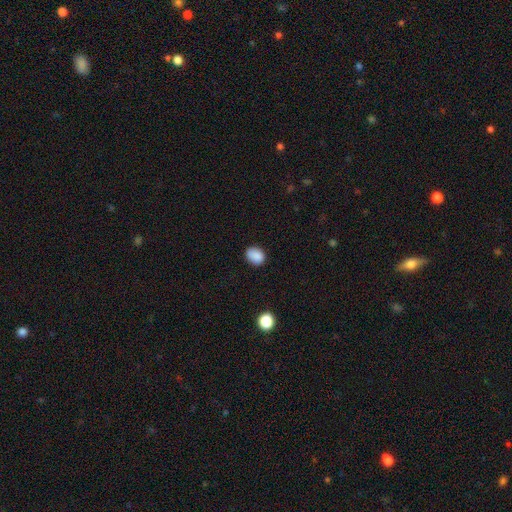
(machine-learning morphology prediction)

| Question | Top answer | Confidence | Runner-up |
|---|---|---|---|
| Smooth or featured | smooth | 87% | star or artifact (9%) |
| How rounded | in between | 57% | round (42%) |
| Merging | none | 81% | minor disturbance (14%) |